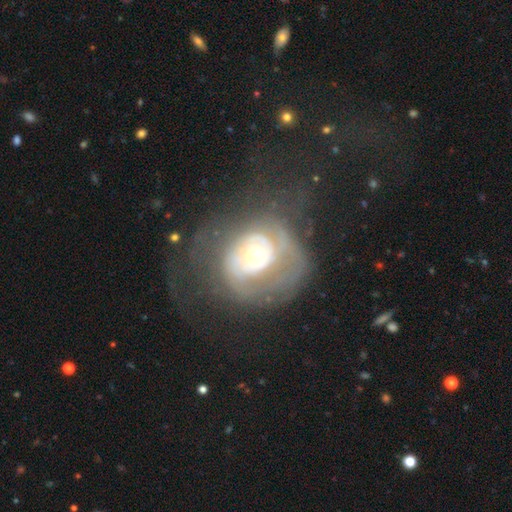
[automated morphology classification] This is likely a featured or disk galaxy (71%). It is clearly not viewed edge-on (97%). Bar: clearly no (80%). Spiral arm pattern: likely yes (65%). Central bulge: possibly moderate (58%). Merging: marginally major disturbance (43%).